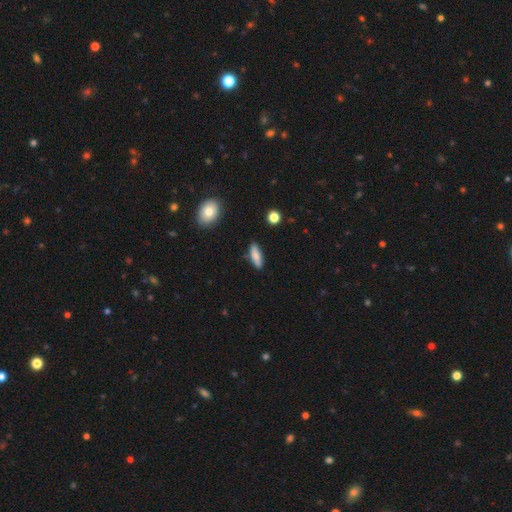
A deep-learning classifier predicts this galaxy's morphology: Smooth or featured? Predicted: smooth (p=0.81). How rounded? Predicted: in between (p=0.51). Merging? Predicted: none (p=0.85).